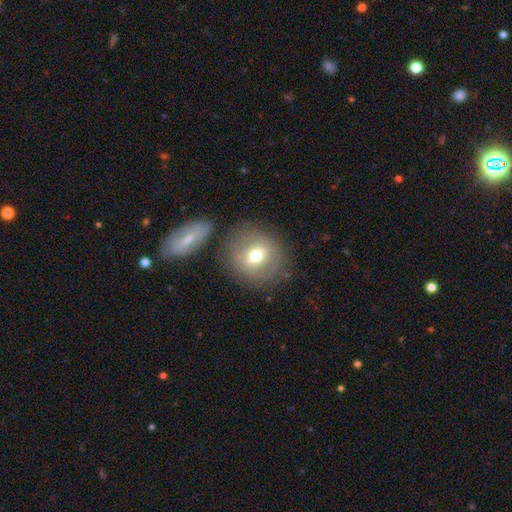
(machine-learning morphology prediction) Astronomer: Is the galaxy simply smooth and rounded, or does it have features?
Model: smooth — 61%.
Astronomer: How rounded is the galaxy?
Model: round — 75%.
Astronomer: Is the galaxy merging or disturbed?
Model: none — 74%.